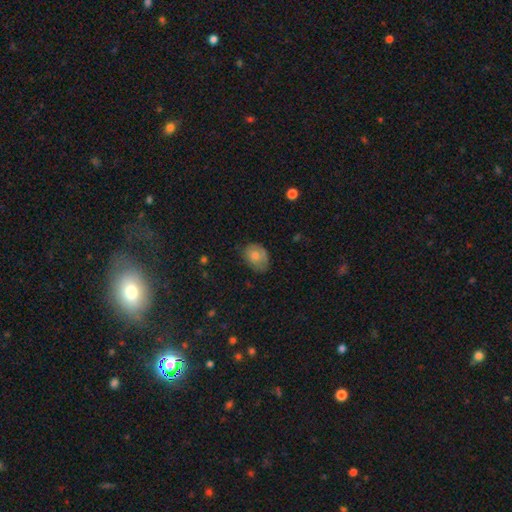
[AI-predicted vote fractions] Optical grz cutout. It shows a smooth galaxy with no disk features (75%) that is in between round and cigar-shaped (70%). Merging: none (59%).